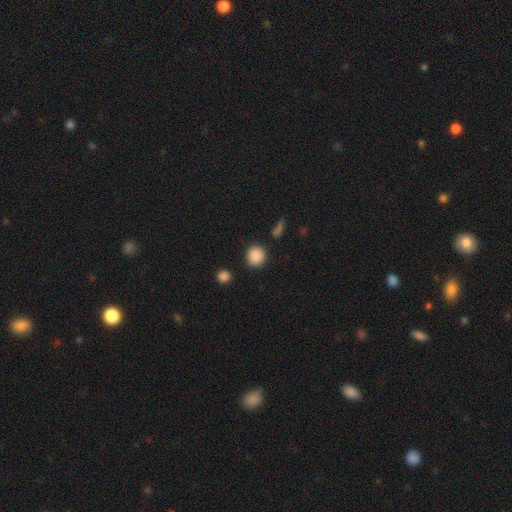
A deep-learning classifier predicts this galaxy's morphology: Overall: smooth (88%). How rounded: round (86%). Merging: none (86%).